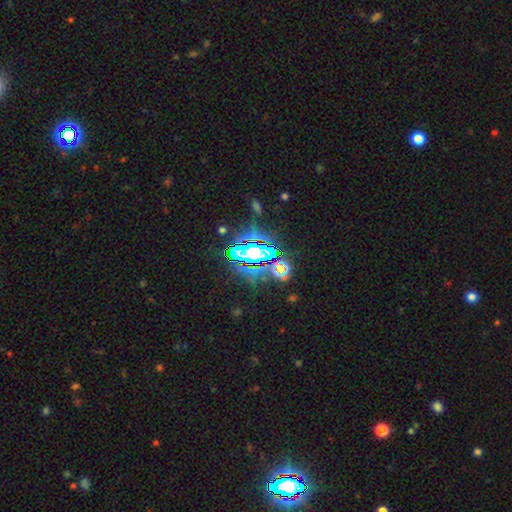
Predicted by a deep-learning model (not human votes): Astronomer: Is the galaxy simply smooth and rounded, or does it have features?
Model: star or artifact — 74%.